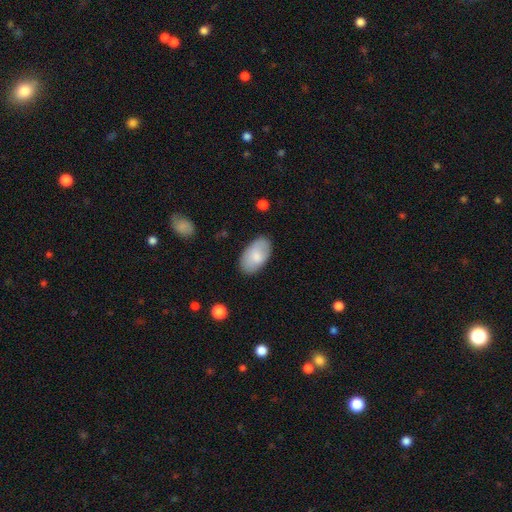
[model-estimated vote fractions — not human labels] Overall: smooth (80%). How rounded: in between (95%). Merging: none (83%).